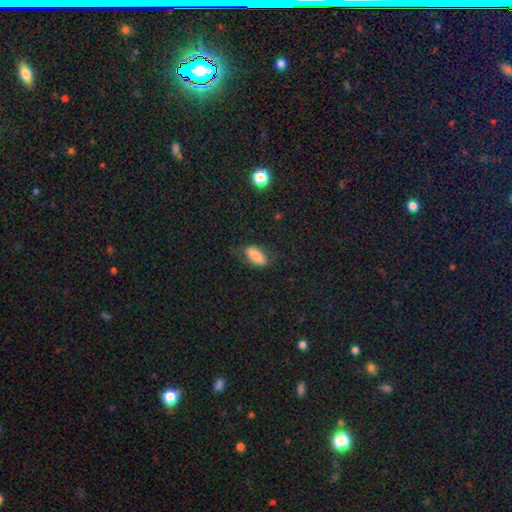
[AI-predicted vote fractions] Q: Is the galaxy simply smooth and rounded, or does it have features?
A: smooth — 79%.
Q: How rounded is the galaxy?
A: in between — 88%.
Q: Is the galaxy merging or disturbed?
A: none — 68%.